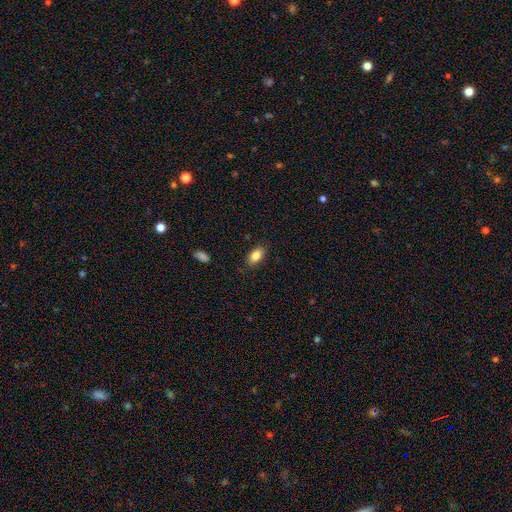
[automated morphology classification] This is clearly a smooth galaxy (83%). How rounded: clearly in between (90%). Merging: clearly none (85%).